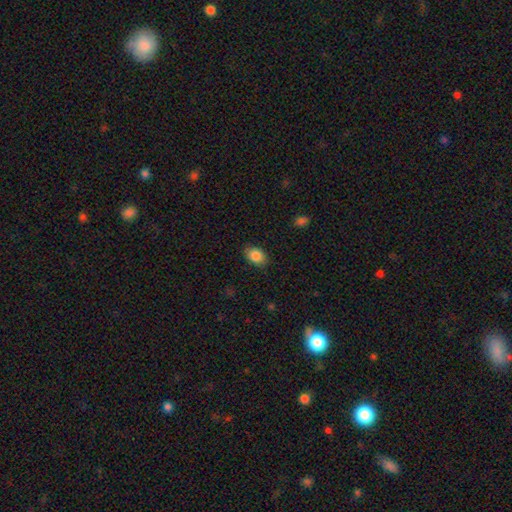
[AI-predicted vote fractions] The model was most divided on "how rounded": in between: 80%, round: 19%, cigar-shaped: 1%. More confident: smooth or featured — smooth (86%); merging — none (85%).